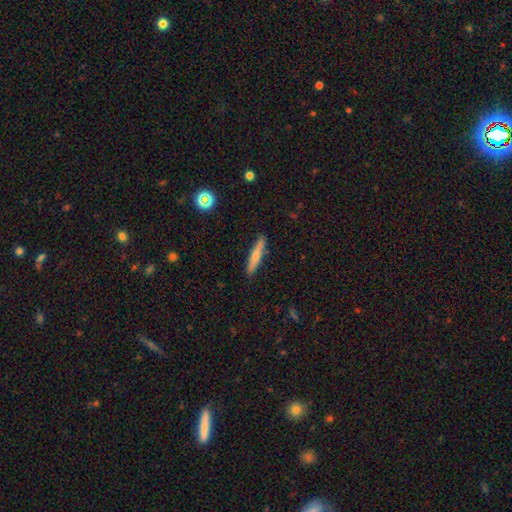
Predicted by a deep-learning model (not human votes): Smooth or featured: smooth — 64% (featured or disk — 29%)
How rounded: cigar-shaped — 91% (in between — 8%)
Merging: none — 88% (minor disturbance — 9%)